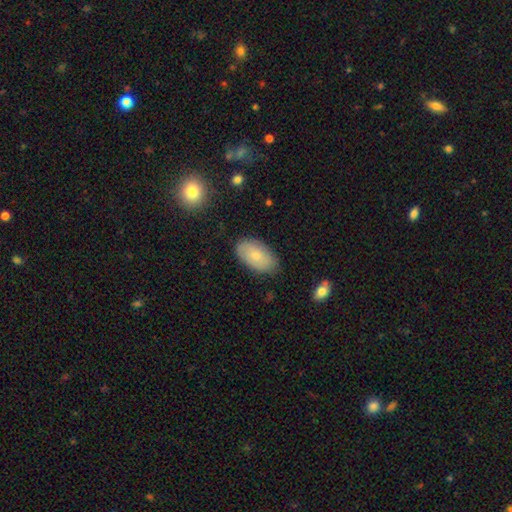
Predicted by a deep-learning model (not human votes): smooth 75%, featured or disk 19%, star or artifact 7%. Down the decision tree: how rounded — in between (94%); merging — none (81%).